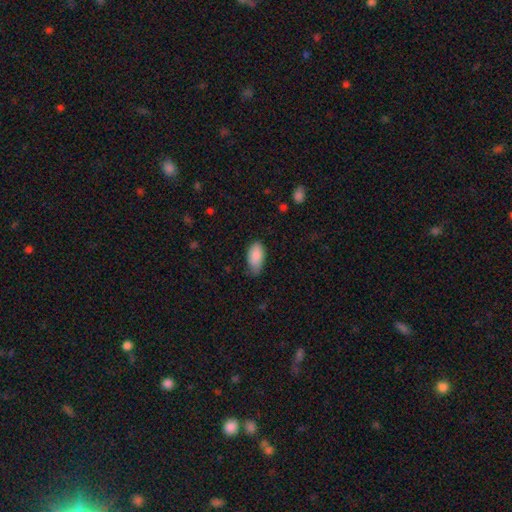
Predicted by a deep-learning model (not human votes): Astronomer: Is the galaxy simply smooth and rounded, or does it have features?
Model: smooth — 88%.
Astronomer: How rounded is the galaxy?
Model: in between — 93%.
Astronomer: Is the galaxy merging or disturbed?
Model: none — 58% (runner-up: minor disturbance, 34%).